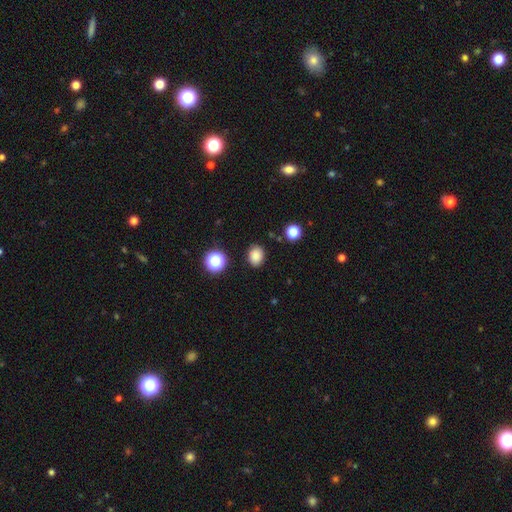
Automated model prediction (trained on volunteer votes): A smooth galaxy with no disk features (84%) that is in between round and cigar-shaped (56%).

Vote fractions:
- Smooth or featured? smooth: 84% / star or artifact: 12% / featured or disk: 4%
- How rounded? in between: 56% / round: 43% / cigar-shaped: 1%
- Merging? none: 85% / minor disturbance: 11% / major disturbance: 3% / merger: 2%